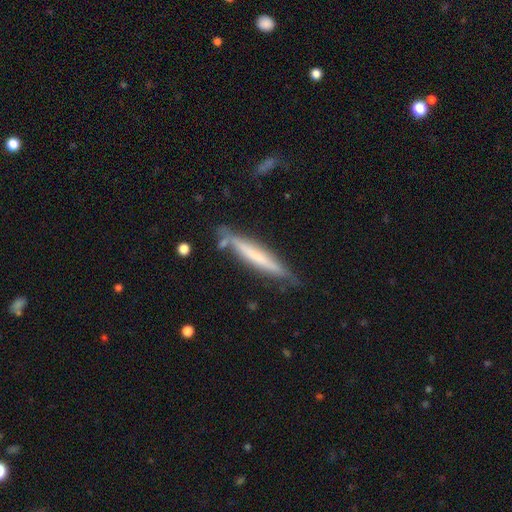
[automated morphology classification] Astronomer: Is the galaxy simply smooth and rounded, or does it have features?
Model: smooth — 51% (runner-up: featured or disk, 43%).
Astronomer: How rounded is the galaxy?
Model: cigar-shaped — 95%.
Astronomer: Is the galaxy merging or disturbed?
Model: none — 77%.